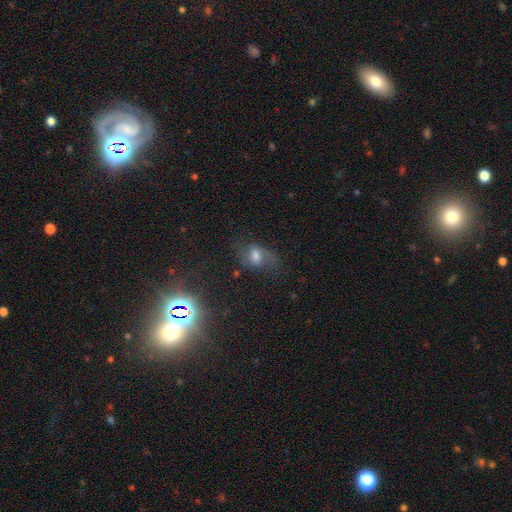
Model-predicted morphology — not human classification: Q: Smooth or featured?
A: featured or disk (40%); runner-up: smooth (39%)
Q: Merging?
A: none (52%); runner-up: minor disturbance (23%)